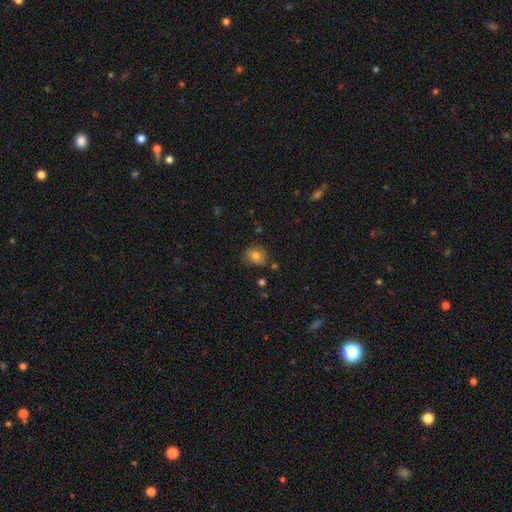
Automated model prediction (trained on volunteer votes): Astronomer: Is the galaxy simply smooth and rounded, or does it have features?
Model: smooth — 78%.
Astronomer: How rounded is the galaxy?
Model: round — 67%.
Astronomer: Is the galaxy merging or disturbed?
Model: none — 70%.